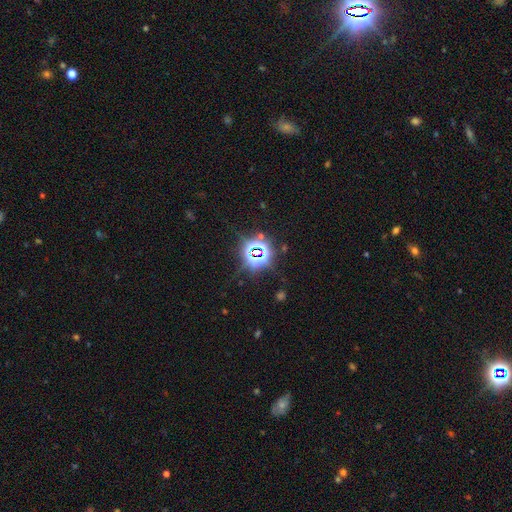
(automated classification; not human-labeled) A star or artifact, not a galaxy (79%).